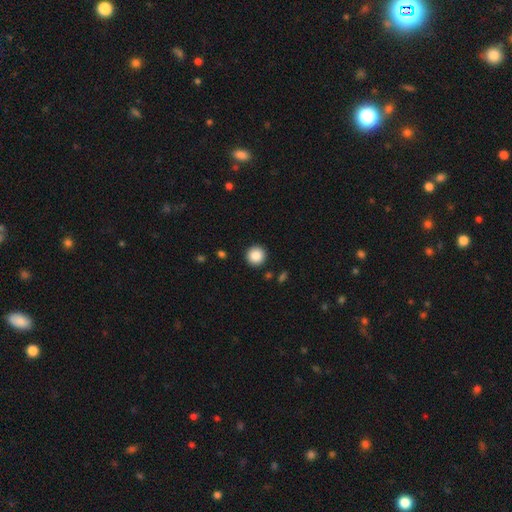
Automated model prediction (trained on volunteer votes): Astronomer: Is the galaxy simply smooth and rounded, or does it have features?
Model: smooth — 87%.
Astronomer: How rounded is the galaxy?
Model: round — 95%.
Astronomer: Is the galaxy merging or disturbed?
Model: none — 92%.